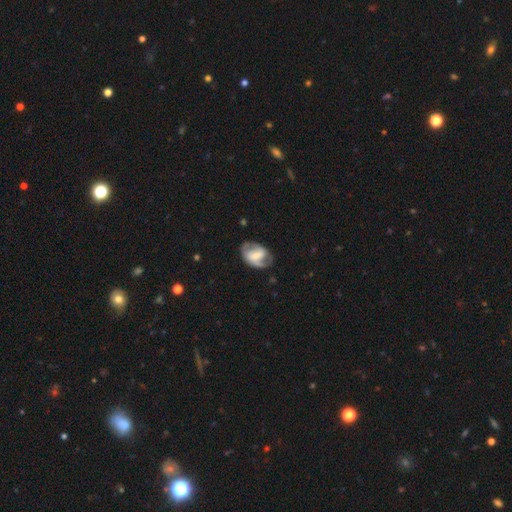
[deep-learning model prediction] Q: Smooth or featured?
A: featured or disk (66%); runner-up: smooth (27%)
Q: Edge-on disk?
A: no (96%); runner-up: yes (4%)
Q: Bar?
A: weak (41%); runner-up: strong (35%)
Q: Spiral arms?
A: yes (76%); runner-up: no (24%)
Q: Bulge size?
A: small (39%); runner-up: moderate (36%)
Q: Merging?
A: none (62%); runner-up: minor disturbance (23%)